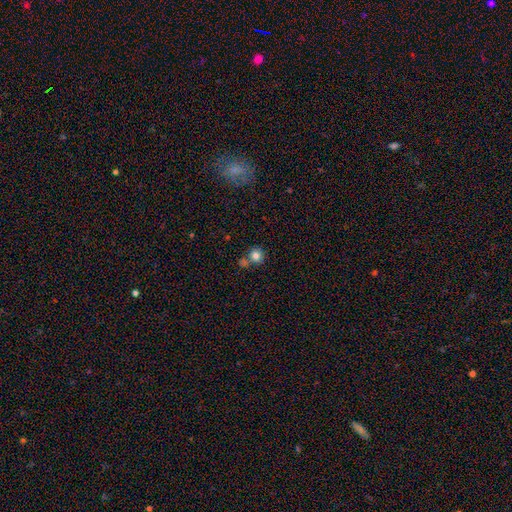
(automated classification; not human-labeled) Overall: smooth (81%). How rounded: round (89%). Merging: none (63%; merger 24%).